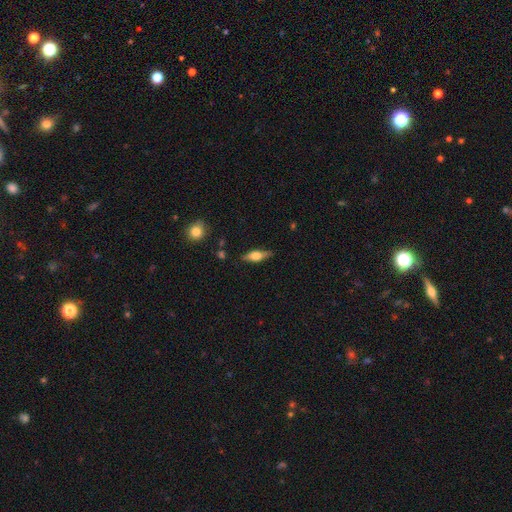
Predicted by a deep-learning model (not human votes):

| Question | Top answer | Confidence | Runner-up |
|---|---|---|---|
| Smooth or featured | smooth | 48% | featured or disk (46%) |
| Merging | none | 84% | minor disturbance (12%) |